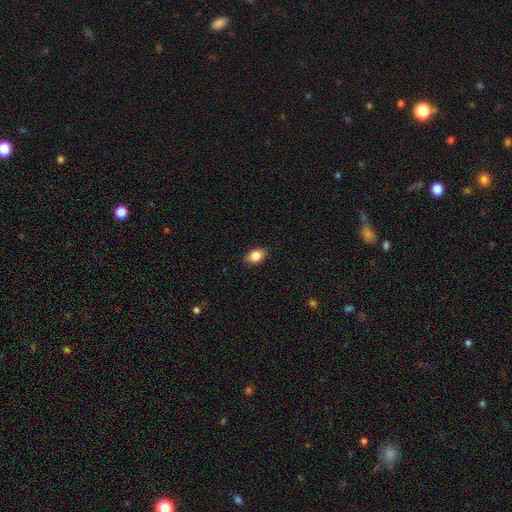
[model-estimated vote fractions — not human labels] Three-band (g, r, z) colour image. It shows a smooth galaxy with no disk features (86%) that is in between round and cigar-shaped (80%). Merging: none (87%).